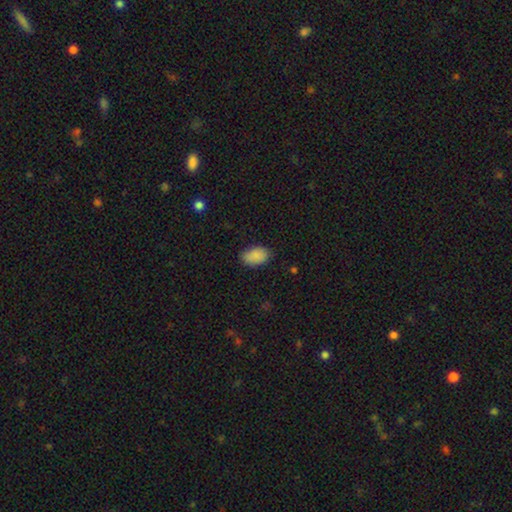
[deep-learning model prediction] Smooth or featured: smooth — 89% (star or artifact — 8%)
How rounded: in between — 91% (round — 8%)
Merging: none — 82% (minor disturbance — 14%)